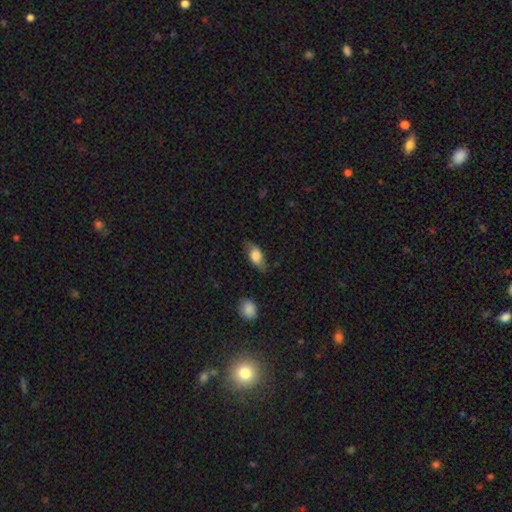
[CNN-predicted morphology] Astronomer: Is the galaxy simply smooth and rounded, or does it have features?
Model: smooth — 69%.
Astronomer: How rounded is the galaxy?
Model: in between — 82%.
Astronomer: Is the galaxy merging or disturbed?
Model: none — 69%.